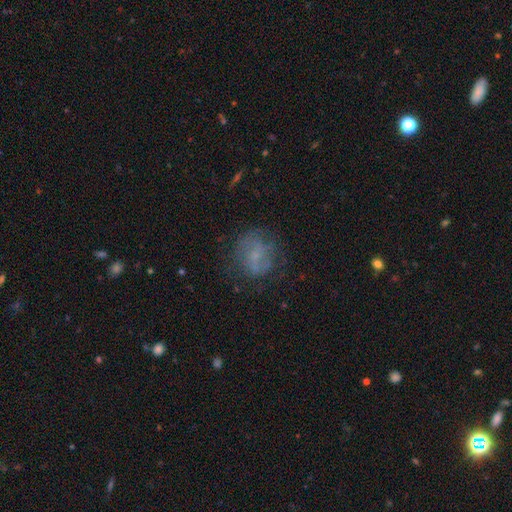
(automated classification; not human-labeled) This appears to be a smooth galaxy with no disk features (46%). Merging: none (65%).